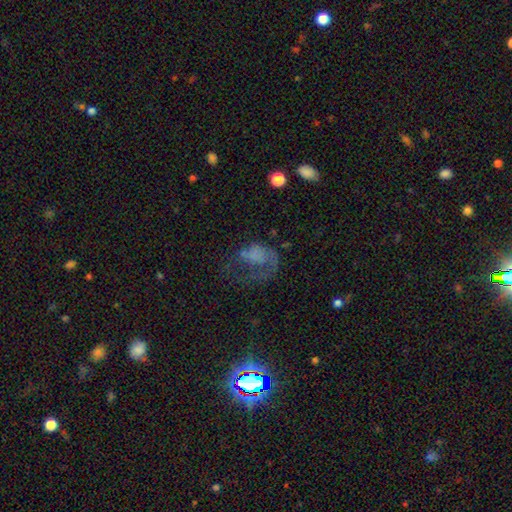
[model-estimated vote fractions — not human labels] Q: Smooth or featured?
A: featured or disk (45%); runner-up: smooth (39%)
Q: Merging?
A: major disturbance (55%); runner-up: none (25%)